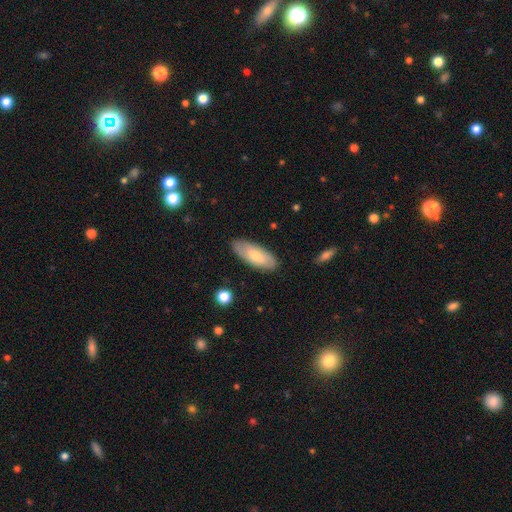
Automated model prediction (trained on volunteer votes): This is likely a smooth galaxy (67%). How rounded: clearly in between (80%). Merging: clearly none (85%).